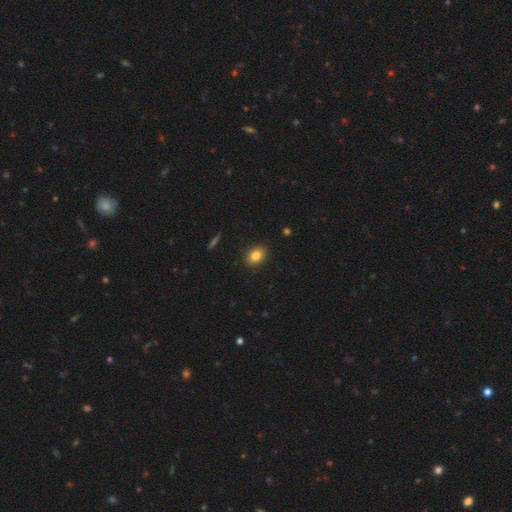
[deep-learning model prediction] A smooth galaxy with no disk features (83%) that is in between round and cigar-shaped (72%).

Vote fractions:
- Smooth or featured? smooth: 83% / star or artifact: 9% / featured or disk: 7%
- How rounded? in between: 72% / round: 27% / cigar-shaped: 1%
- Merging? none: 88% / minor disturbance: 9% / major disturbance: 2% / merger: 1%